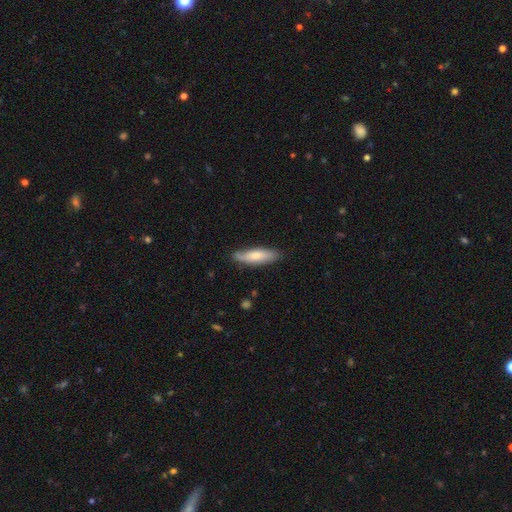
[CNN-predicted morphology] smooth_or_featured: smooth (p=0.66) [alt: featured or disk p=0.28]
how_rounded: cigar-shaped (p=0.55) [alt: in between p=0.43]
merging: none (p=0.77) [alt: minor disturbance p=0.18]